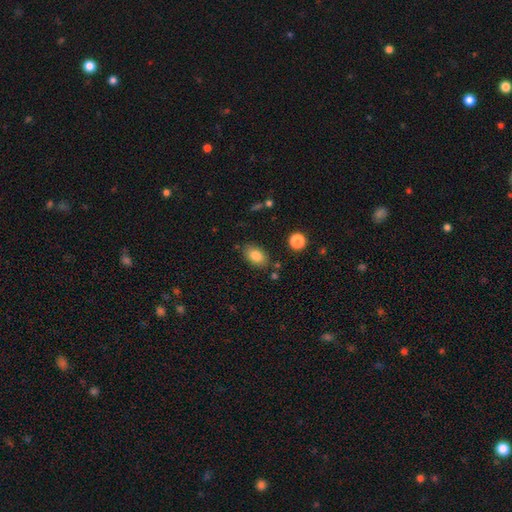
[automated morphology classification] This appears to be a smooth galaxy with no disk features (83%) that is in between round and cigar-shaped (88%). Merging: none (82%).